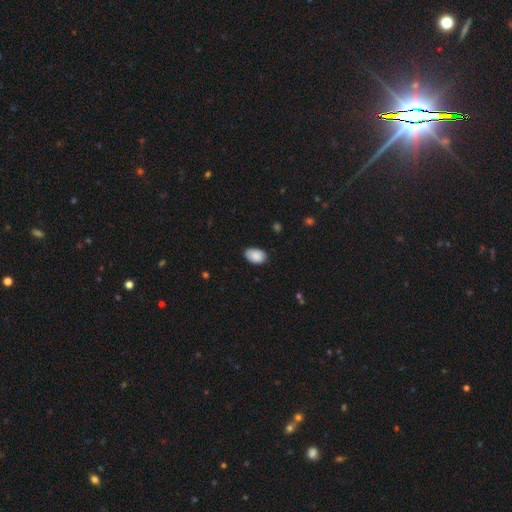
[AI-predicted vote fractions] Overall: smooth (87%). How rounded: in between (91%). Merging: none (80%).